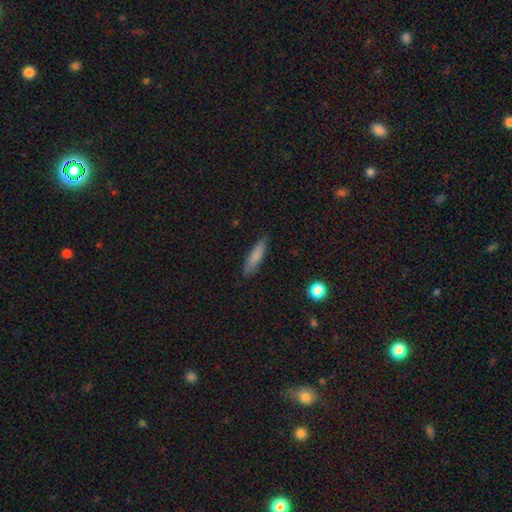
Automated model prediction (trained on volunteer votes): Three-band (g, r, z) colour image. It shows a smooth galaxy with no disk features (81%) that is cigar-shaped (78%). Merging: none (85%).